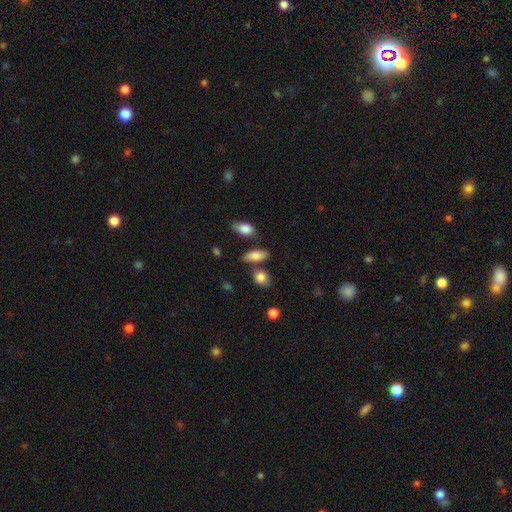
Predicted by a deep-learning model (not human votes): This appears to be a smooth galaxy with no disk features (82%) that is in between round and cigar-shaped (78%). Merging: none (70%).